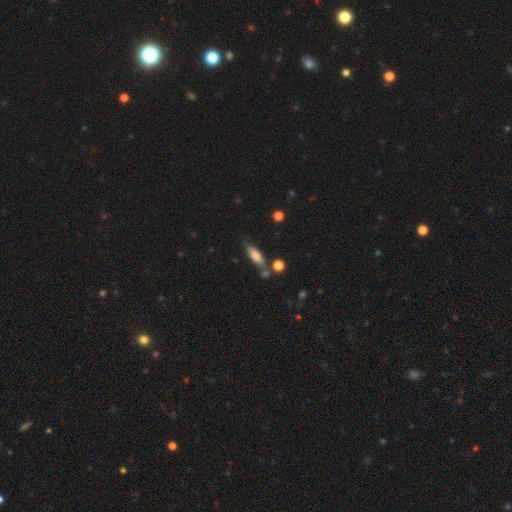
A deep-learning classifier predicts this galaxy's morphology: Overall: smooth (65%; featured or disk 26%). How rounded: cigar-shaped (49%; in between 47%). Merging: none (63%).